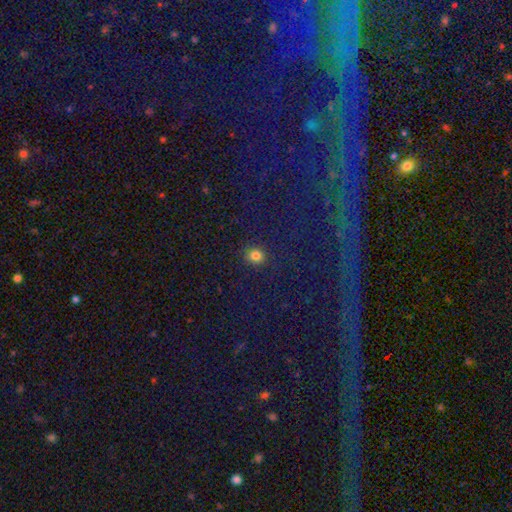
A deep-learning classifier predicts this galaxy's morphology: Smooth or featured? smooth (79%)
How rounded? round (84%)
Merging? none (87%)